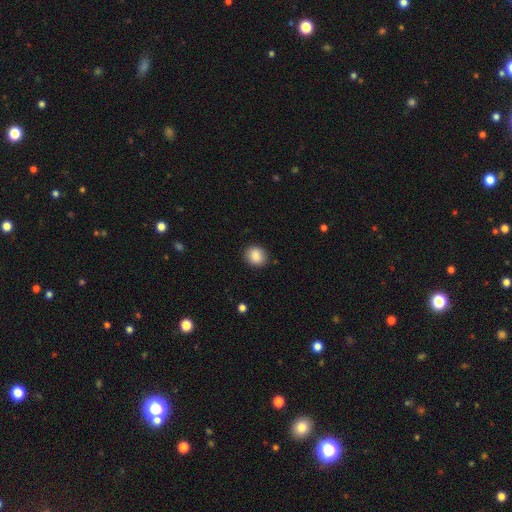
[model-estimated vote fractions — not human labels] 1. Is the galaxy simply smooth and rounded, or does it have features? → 87% smooth, 9% star or artifact, 4% featured or disk.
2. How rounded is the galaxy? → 82% round, 17% in between, 1% cigar-shaped.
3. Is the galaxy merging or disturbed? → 89% none, 8% minor disturbance, 2% major disturbance, 1% merger.